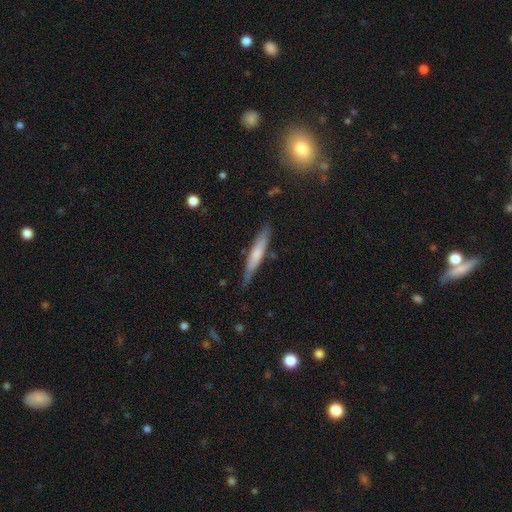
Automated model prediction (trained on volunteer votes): The model was most divided on "smooth or featured": smooth: 58%, featured or disk: 36%, star or artifact: 6%. More confident: how rounded — cigar-shaped (93%); merging — none (81%).